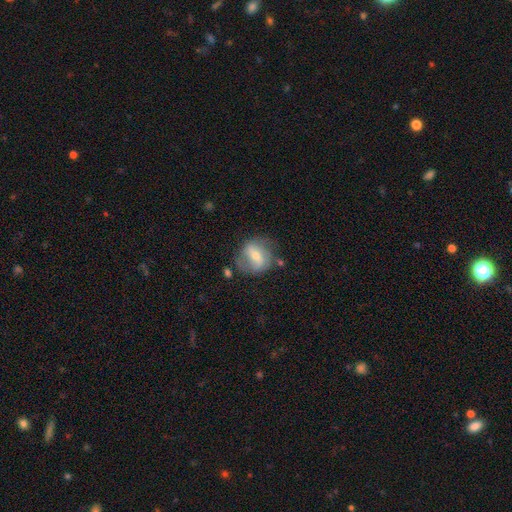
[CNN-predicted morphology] Smooth or featured?
  - featured or disk: 59% *
  - smooth: 32%
  - star or artifact: 8%
Edge-on disk?
  - no: 95% *
  - yes: 5%
Bar?
  - weak: 42% *
  - strong: 40%
  - no: 18%
Spiral arms?
  - yes: 70% *
  - no: 30%
Bulge size?
  - moderate: 53% *
  - small: 41%
  - large: 3%
  - none: 2%
  - dominant: 1%
Merging?
  - none: 63% *
  - minor disturbance: 21%
  - major disturbance: 10%
  - merger: 6%